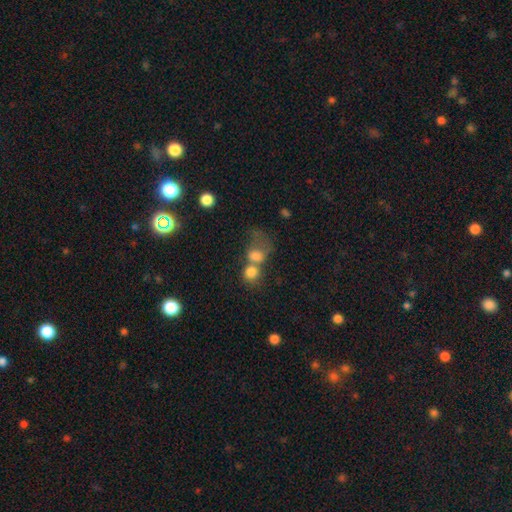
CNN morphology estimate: Q: Smooth or featured?
A: smooth (73%); runner-up: featured or disk (15%)
Q: How rounded?
A: round (58%); runner-up: in between (41%)
Q: Merging?
A: merger (61%); runner-up: none (18%)